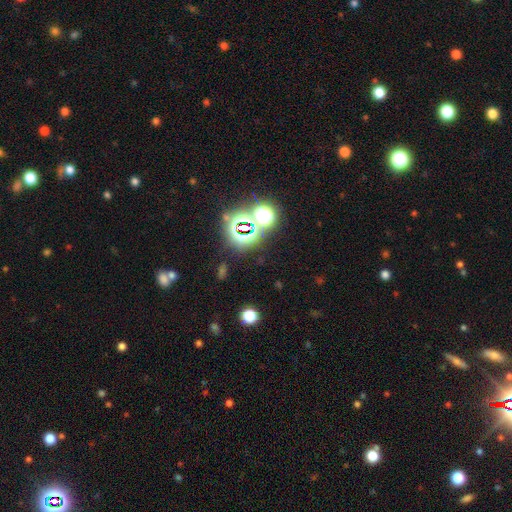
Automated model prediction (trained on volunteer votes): smooth_or_featured: star or artifact (p=0.67) [alt: smooth p=0.21]